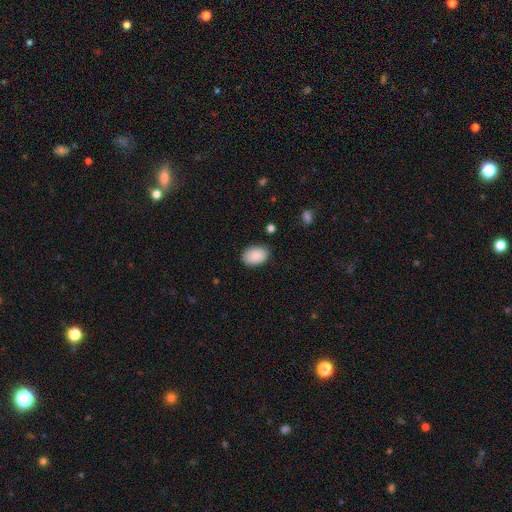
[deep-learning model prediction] Smooth or featured: smooth — 88% (star or artifact — 7%)
How rounded: in between — 87% (round — 12%)
Merging: none — 82% (minor disturbance — 14%)